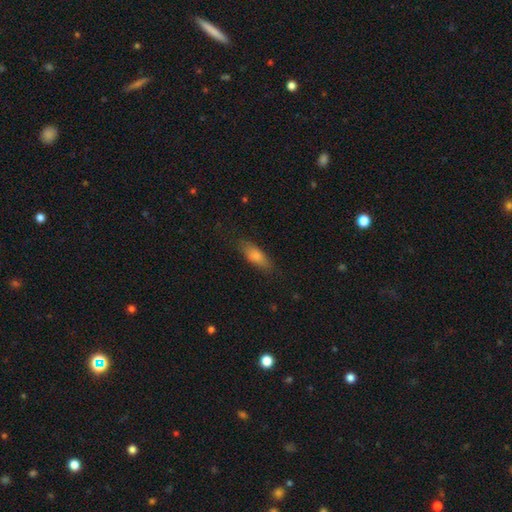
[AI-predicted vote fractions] smooth 81%, featured or disk 12%, star or artifact 7%. Down the decision tree: how rounded — in between (72%); merging — none (78%).